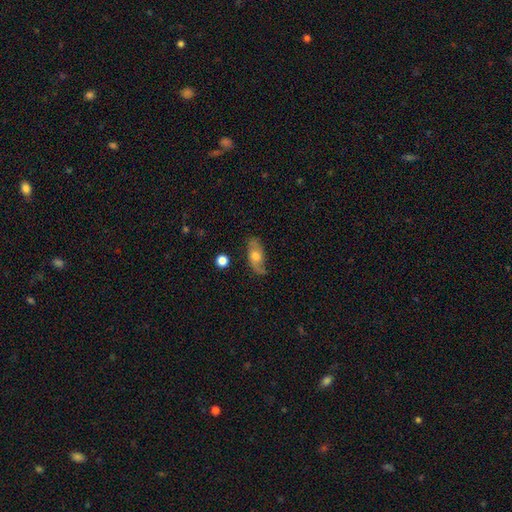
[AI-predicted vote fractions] Q: Smooth or featured?
A: featured or disk (51%); runner-up: smooth (42%)
Q: Edge-on disk?
A: no (84%); runner-up: yes (16%)
Q: Merging?
A: none (69%); runner-up: minor disturbance (21%)